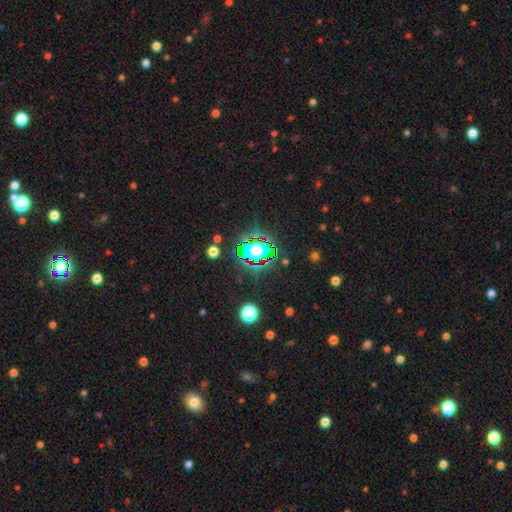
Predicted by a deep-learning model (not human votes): smooth_or_featured: star or artifact (p=0.82) [alt: smooth p=0.10]